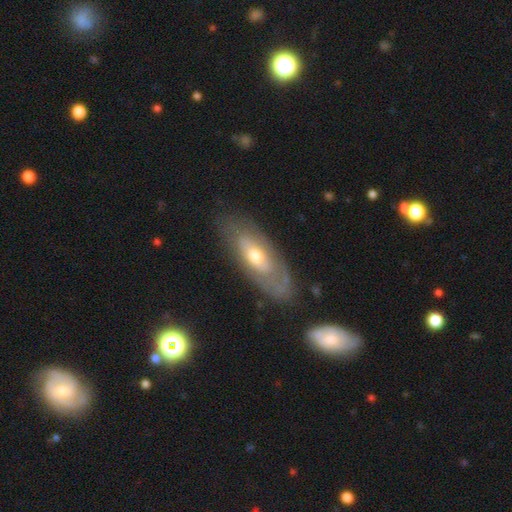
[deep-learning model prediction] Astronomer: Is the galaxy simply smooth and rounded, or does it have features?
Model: featured or disk — 58% (runner-up: smooth, 36%).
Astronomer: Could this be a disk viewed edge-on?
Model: no — 79%.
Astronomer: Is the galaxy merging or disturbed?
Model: none — 71%.